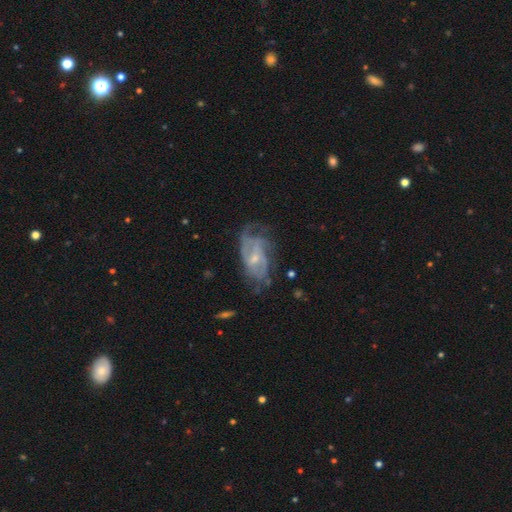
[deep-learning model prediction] Overall: featured or disk (80%). Edge-on disk: no (96%). Bar: weak (46%; no 43%). Spiral arms: yes (88%). Spiral arm count: can't tell (35%; 2 34%). Spiral winding: medium (42%; tight 40%). Bulge size: small (59%; moderate 34%). Merging: none (55%; minor disturbance 25%).